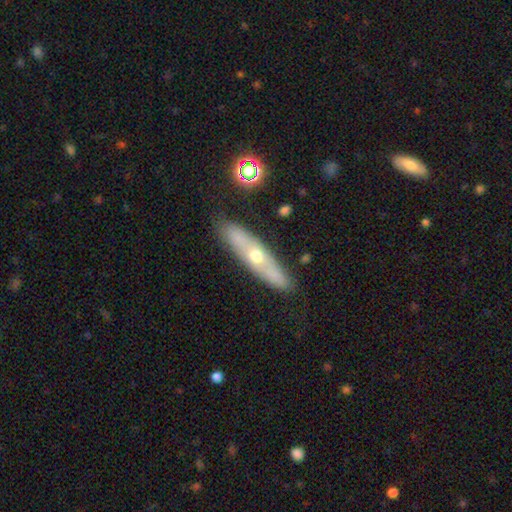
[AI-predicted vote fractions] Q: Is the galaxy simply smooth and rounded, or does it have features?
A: featured or disk — 55%.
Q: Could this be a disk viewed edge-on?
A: yes — 60%.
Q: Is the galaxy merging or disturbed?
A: none — 84%.